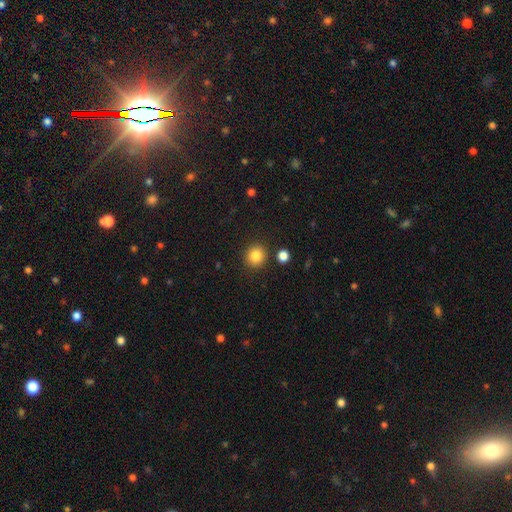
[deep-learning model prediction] Smooth or featured? smooth (84%)
How rounded? round (90%)
Merging? none (88%)